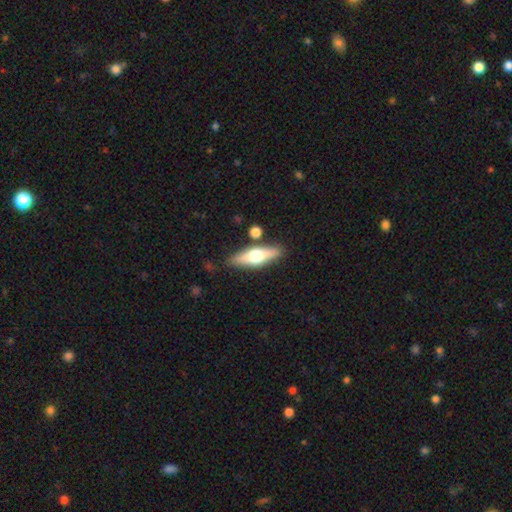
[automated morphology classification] Smooth or featured? Predicted: featured or disk (p=0.51). Edge-on disk? Predicted: yes (p=0.90). Merging? Predicted: none (p=0.82).